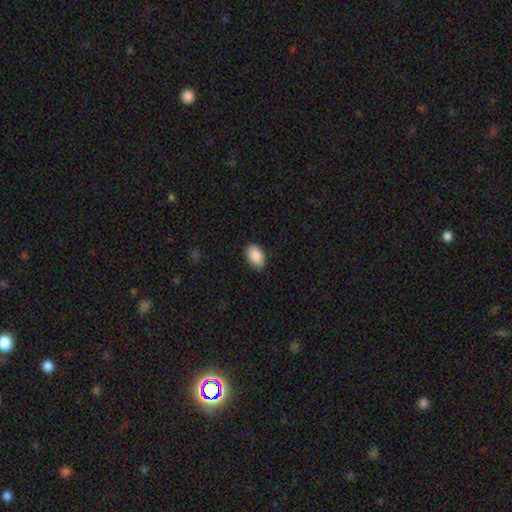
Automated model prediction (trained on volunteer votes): A smooth galaxy with no disk features (90%) that is in between round and cigar-shaped (92%).

Vote fractions:
- Smooth or featured? smooth: 90% / star or artifact: 6% / featured or disk: 4%
- How rounded? in between: 92% / round: 7% / cigar-shaped: 1%
- Merging? none: 80% / minor disturbance: 16% / major disturbance: 3% / merger: 1%